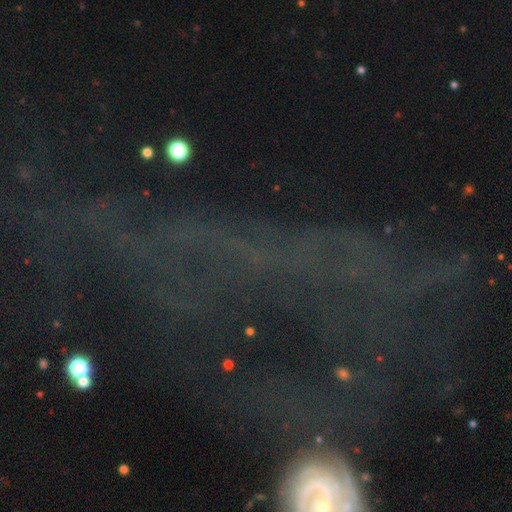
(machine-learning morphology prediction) smooth_or_featured: star or artifact (p=0.50) [alt: featured or disk p=0.33]